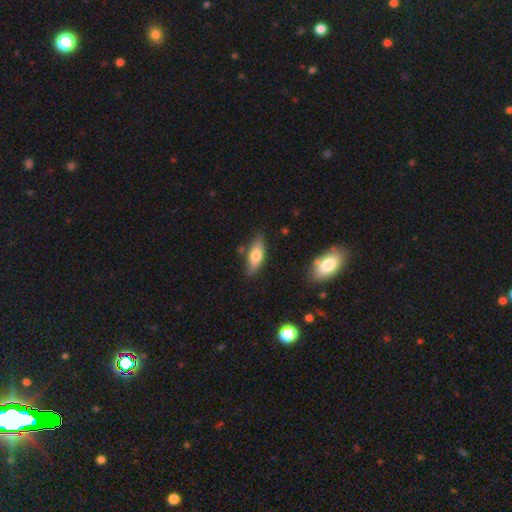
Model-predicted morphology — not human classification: smooth 63%, featured or disk 31%, star or artifact 7%. Down the decision tree: how rounded — in between (60%); merging — none (78%).